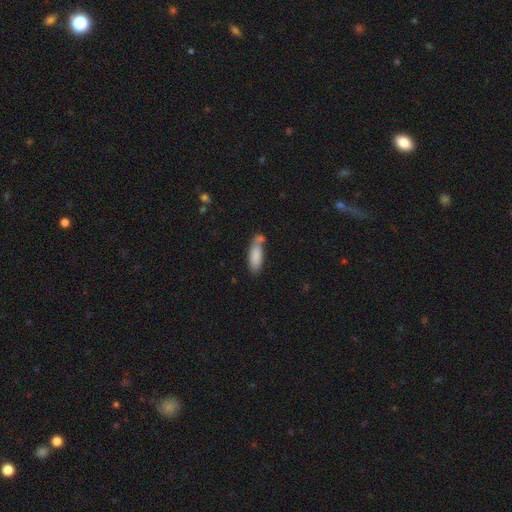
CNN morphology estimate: Q: Smooth or featured?
A: smooth (83%); runner-up: featured or disk (10%)
Q: How rounded?
A: in between (62%); runner-up: cigar-shaped (36%)
Q: Merging?
A: none (49%); runner-up: merger (25%)